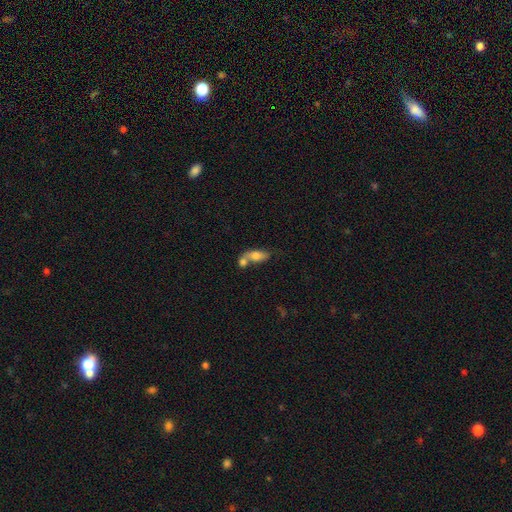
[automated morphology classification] smooth 70%, featured or disk 22%, star or artifact 8%. Down the decision tree: how rounded — in between (80%); merging — merger (61%).